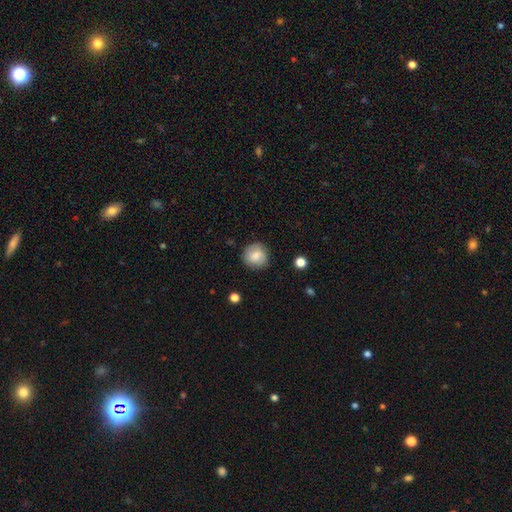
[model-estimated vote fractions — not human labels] smooth 82%, featured or disk 11%, star or artifact 8%. Down the decision tree: how rounded — round (89%); merging — none (82%).